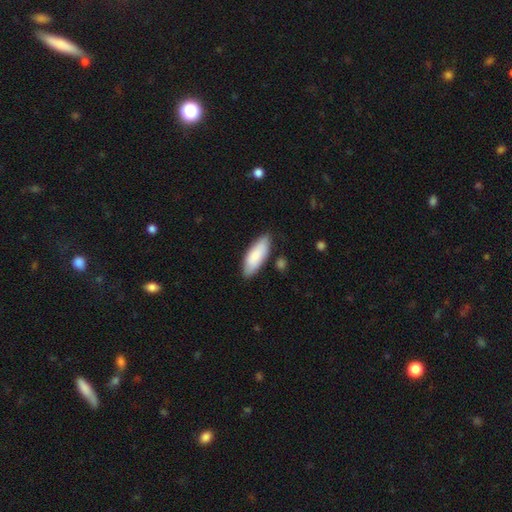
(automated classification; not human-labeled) A smooth galaxy with no disk features (80%) that is in between round and cigar-shaped (71%).

Vote fractions:
- Smooth or featured? smooth: 80% / featured or disk: 14% / star or artifact: 5%
- How rounded? in between: 71% / cigar-shaped: 27% / round: 2%
- Merging? none: 80% / minor disturbance: 14% / merger: 3% / major disturbance: 2%